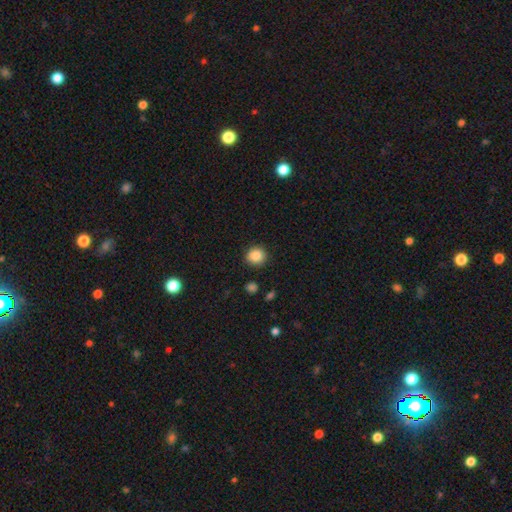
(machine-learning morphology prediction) This is clearly a smooth galaxy (86%). How rounded: clearly round (87%). Merging: clearly none (89%).